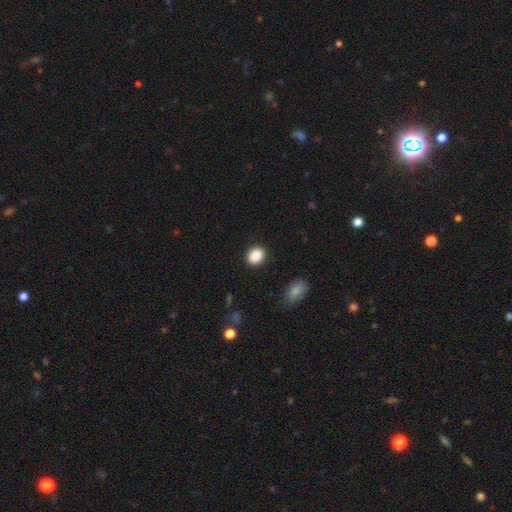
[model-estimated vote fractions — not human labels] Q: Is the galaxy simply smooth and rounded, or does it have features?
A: smooth — 89%.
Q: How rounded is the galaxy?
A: in between — 57%.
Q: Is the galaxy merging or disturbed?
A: none — 88%.